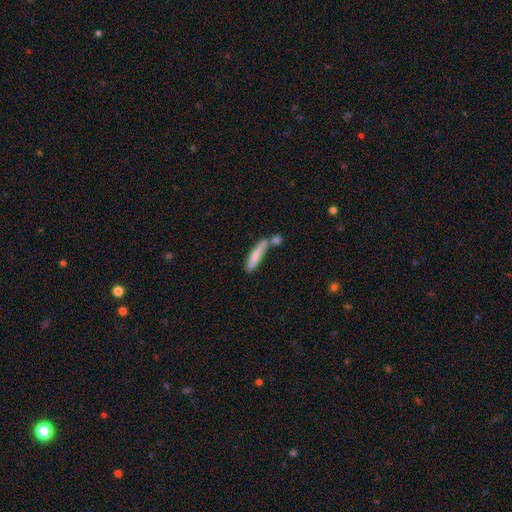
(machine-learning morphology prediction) Q: Smooth or featured?
A: smooth (72%); runner-up: featured or disk (21%)
Q: How rounded?
A: cigar-shaped (84%); runner-up: in between (15%)
Q: Merging?
A: none (52%); runner-up: merger (28%)